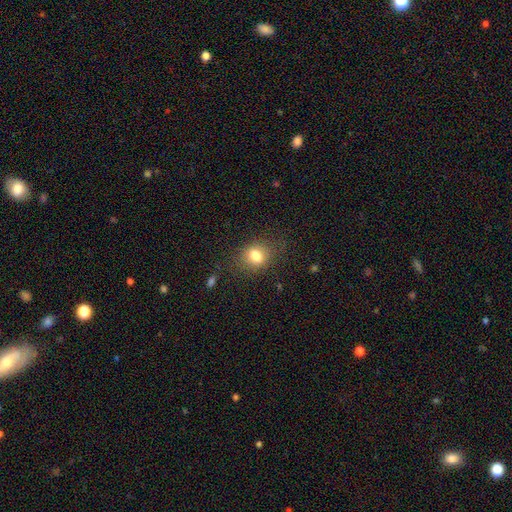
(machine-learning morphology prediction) type=smooth (78%); roundness=in between (53%); merging=none (76%).